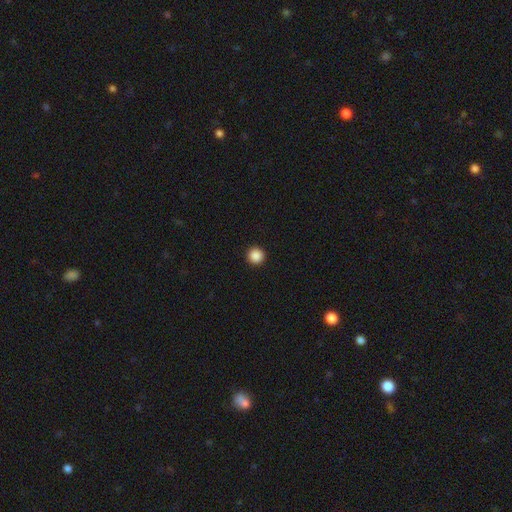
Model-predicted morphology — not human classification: Q: Smooth or featured?
A: smooth (88%); runner-up: star or artifact (10%)
Q: How rounded?
A: round (96%); runner-up: in between (3%)
Q: Merging?
A: none (94%); runner-up: minor disturbance (4%)